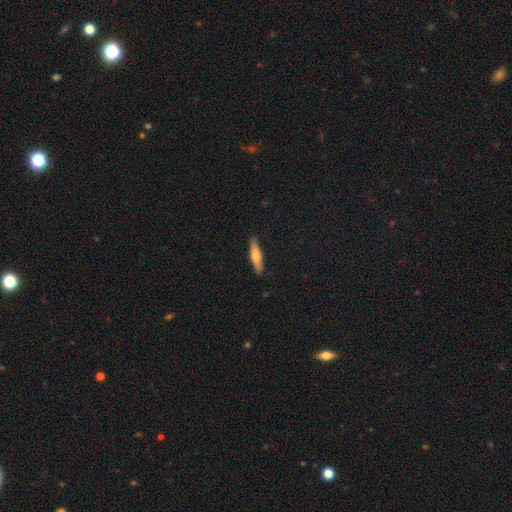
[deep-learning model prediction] Smooth or featured?
  - smooth: 59% *
  - featured or disk: 36%
  - star or artifact: 6%
How rounded?
  - cigar-shaped: 82% *
  - in between: 16%
  - round: 2%
Merging?
  - none: 90% *
  - minor disturbance: 8%
  - major disturbance: 2%
  - merger: 1%